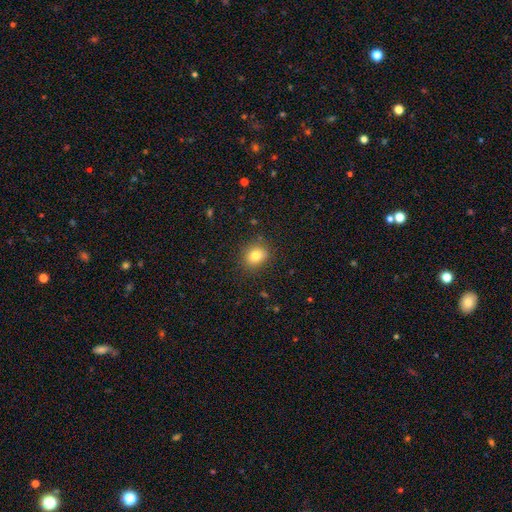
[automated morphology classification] Smooth or featured? Predicted: smooth (p=0.80). How rounded? Predicted: round (p=0.64). Merging? Predicted: none (p=0.86).